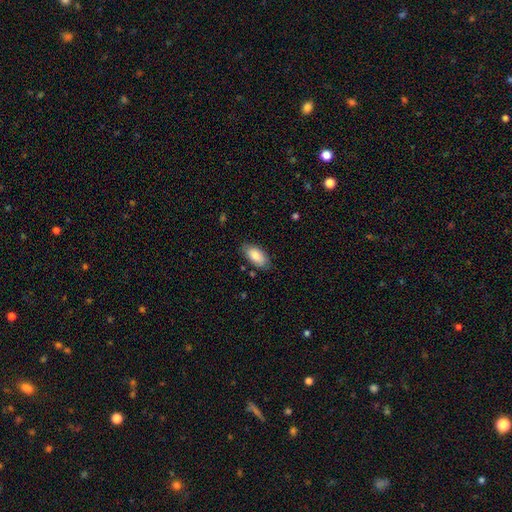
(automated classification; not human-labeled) A smooth galaxy with no disk features (84%) that is in between round and cigar-shaped (93%). Merging: none (81%).